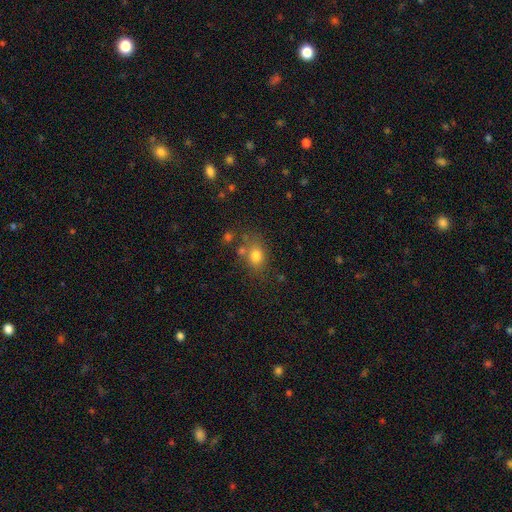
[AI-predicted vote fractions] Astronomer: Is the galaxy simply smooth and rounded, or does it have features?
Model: smooth — 77%.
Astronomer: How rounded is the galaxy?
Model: in between — 60% (runner-up: round, 39%).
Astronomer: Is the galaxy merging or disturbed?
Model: none — 64%.